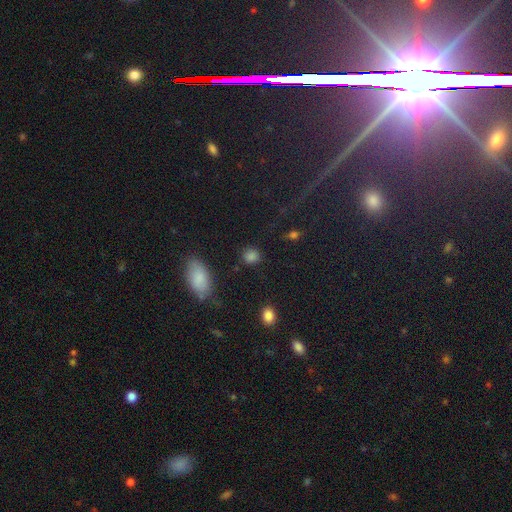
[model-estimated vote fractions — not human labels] Smooth or featured? Predicted: smooth (p=0.68). How rounded? Predicted: round (p=0.70). Merging? Predicted: none (p=0.80).